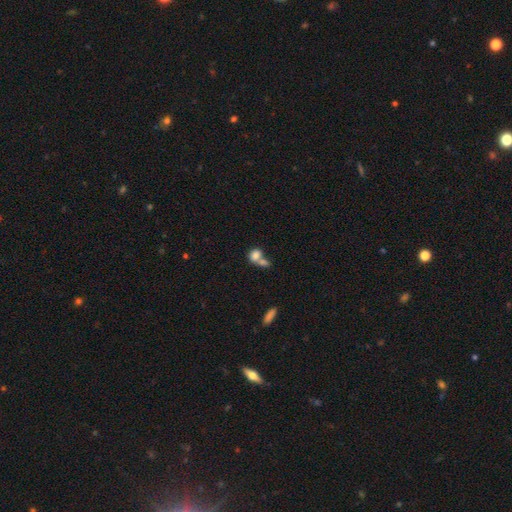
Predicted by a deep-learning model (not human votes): Smooth or featured?
  - smooth: 79% *
  - featured or disk: 11%
  - star or artifact: 9%
How rounded?
  - in between: 58% *
  - round: 40%
  - cigar-shaped: 2%
Merging?
  - merger: 62% *
  - none: 25%
  - minor disturbance: 8%
  - major disturbance: 5%